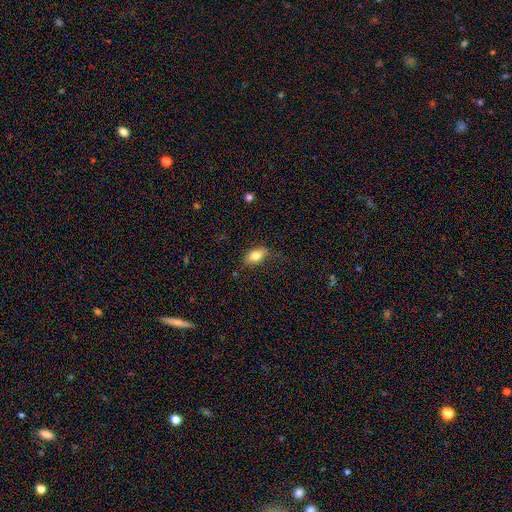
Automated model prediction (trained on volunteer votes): smooth-or-featured: smooth: 80% | featured or disk: 12% | star or artifact: 8%
  how-rounded: in between: 90% | round: 7% | cigar-shaped: 3%
  merging: none: 73% | minor disturbance: 20% | major disturbance: 6% | merger: 2%